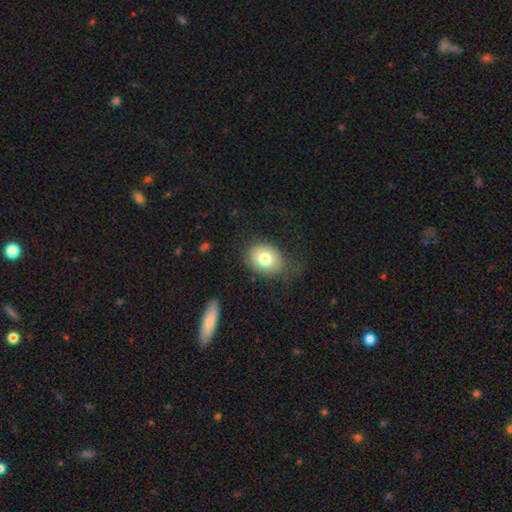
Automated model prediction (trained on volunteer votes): The model was most divided on "how rounded": in between: 53%, round: 45%, cigar-shaped: 1%. More confident: smooth or featured — smooth (76%); merging — none (69%).